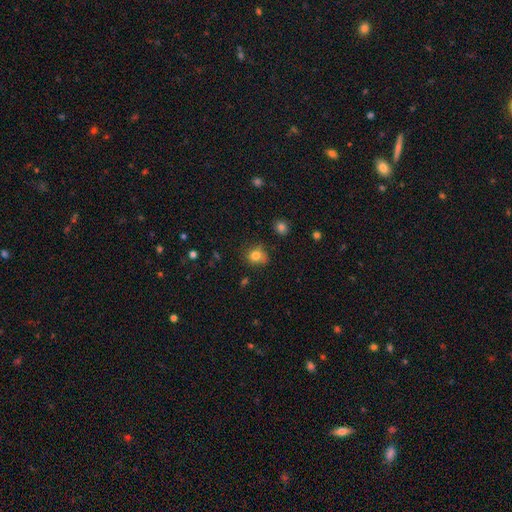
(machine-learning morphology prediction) A smooth galaxy with no disk features (80%) that is round (67%).

Vote fractions:
- Smooth or featured? smooth: 80% / star or artifact: 12% / featured or disk: 8%
- How rounded? round: 67% / in between: 32% / cigar-shaped: 1%
- Merging? none: 66% / minor disturbance: 25% / major disturbance: 6% / merger: 3%